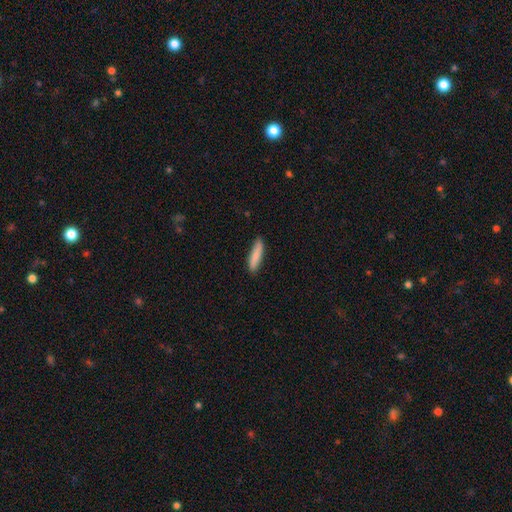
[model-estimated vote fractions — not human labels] Morphology: type=smooth (85%); roundness=cigar-shaped (77%); merging=none (87%).